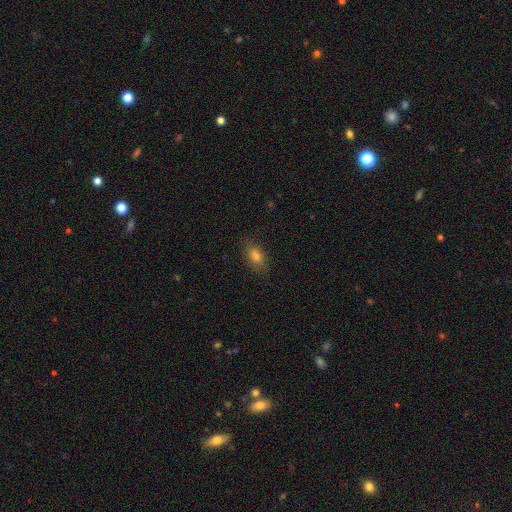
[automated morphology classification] The model was most divided on "smooth or featured": smooth: 78%, featured or disk: 11%, star or artifact: 11%. More confident: how rounded — in between (84%); merging — none (83%).